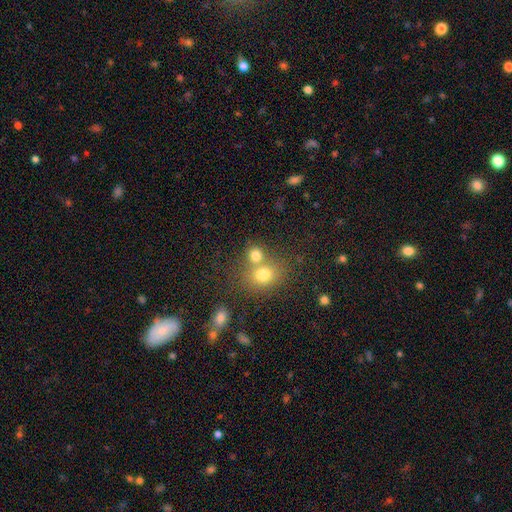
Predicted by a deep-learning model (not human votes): The model was most divided on "merging": none: 45%, merger: 42%, minor disturbance: 8%, major disturbance: 4%. More confident: smooth or featured — smooth (76%); how rounded — round (71%).